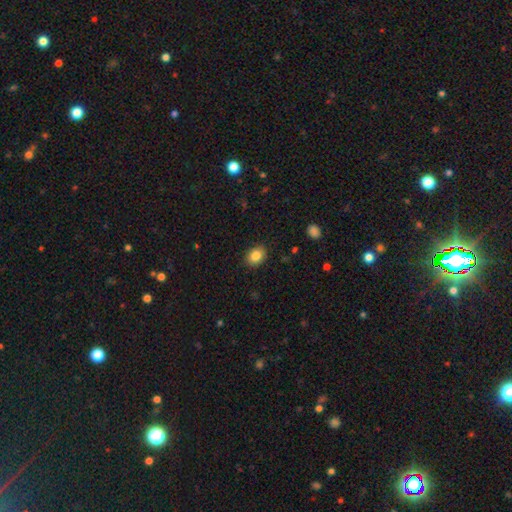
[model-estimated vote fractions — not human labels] Smooth or featured? Predicted: smooth (p=0.86). How rounded? Predicted: in between (p=0.60). Merging? Predicted: none (p=0.89).